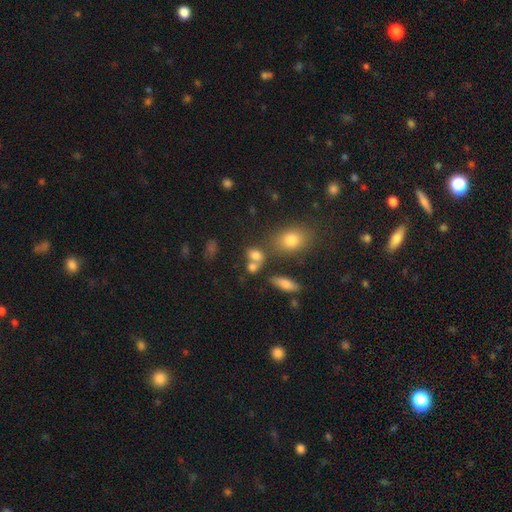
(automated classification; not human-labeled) The model was most divided on "merging": none: 42%, merger: 40%, minor disturbance: 12%, major disturbance: 7%. More confident: smooth or featured — smooth (74%); how rounded — in between (56%).